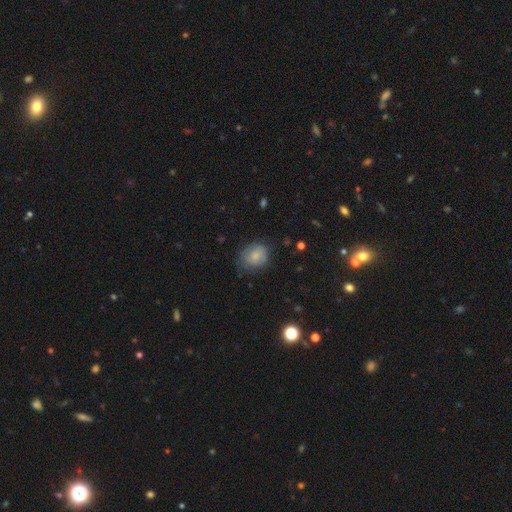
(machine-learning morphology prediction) A smooth galaxy with no disk features (78%) that is round (51%). Merging: none (66%).